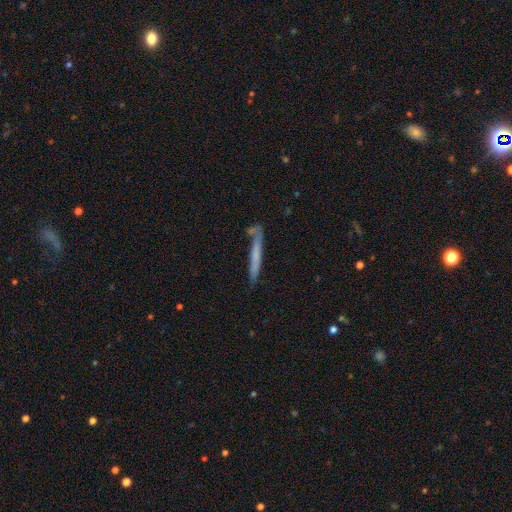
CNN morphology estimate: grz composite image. It shows a smooth galaxy with no disk features (58%) that is cigar-shaped (96%). Merging: none (73%).